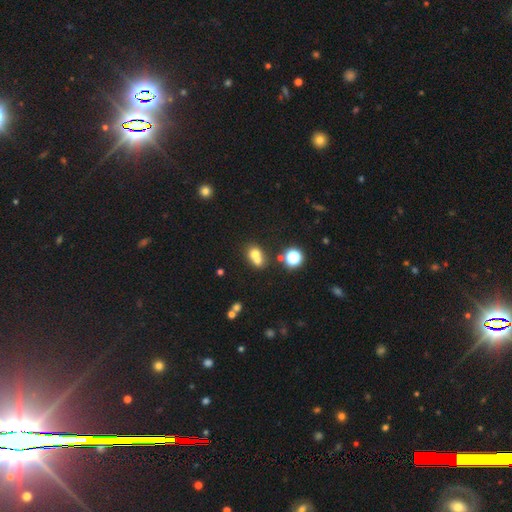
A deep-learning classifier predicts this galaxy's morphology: smooth_or_featured: smooth (p=0.66) [alt: featured or disk p=0.17]
how_rounded: round (p=0.66) [alt: in between p=0.33]
merging: merger (p=0.60) [alt: none p=0.30]